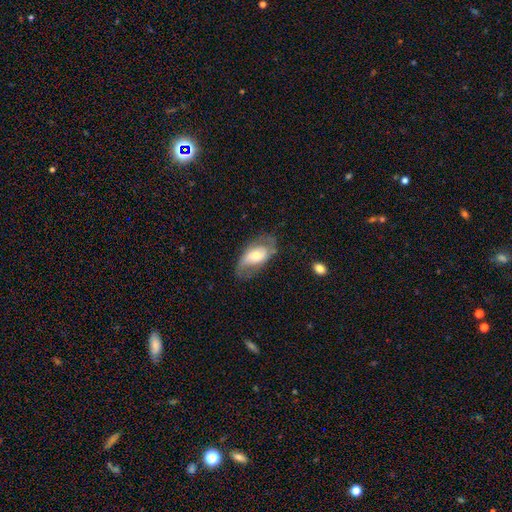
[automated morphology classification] smooth-or-featured: featured or disk: 53% | smooth: 40% | star or artifact: 7%
  disk-edge-on: no: 90% | yes: 10%
  merging: none: 60% | minor disturbance: 24% | major disturbance: 14% | merger: 2%